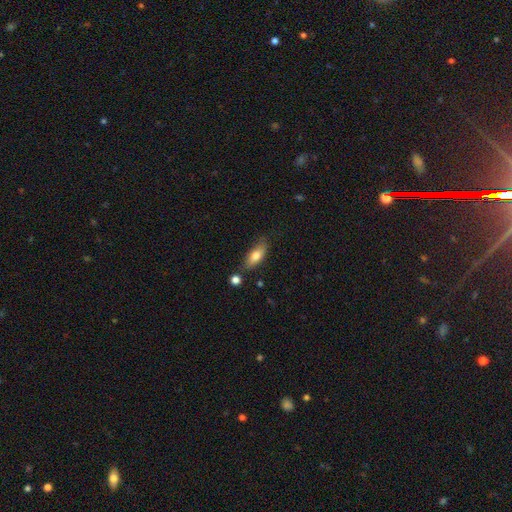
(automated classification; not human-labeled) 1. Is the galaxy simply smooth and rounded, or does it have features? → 76% smooth, 17% featured or disk, 7% star or artifact.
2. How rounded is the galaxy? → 74% in between, 23% cigar-shaped, 3% round.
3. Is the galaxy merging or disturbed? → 70% none, 20% minor disturbance, 6% merger, 5% major disturbance.